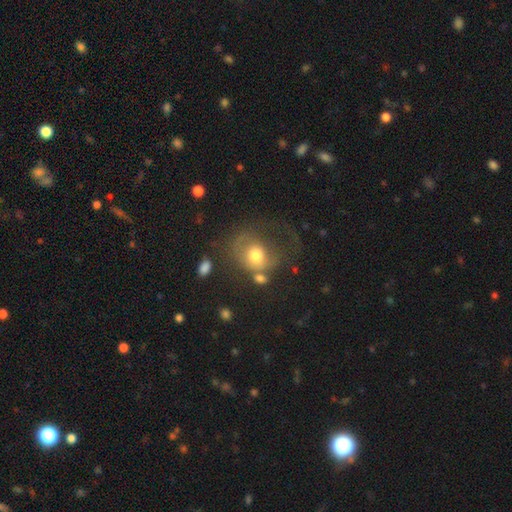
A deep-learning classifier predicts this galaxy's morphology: Q: Smooth or featured?
A: smooth (54%); runner-up: featured or disk (36%)
Q: How rounded?
A: round (62%); runner-up: in between (37%)
Q: Merging?
A: major disturbance (42%); runner-up: none (29%)